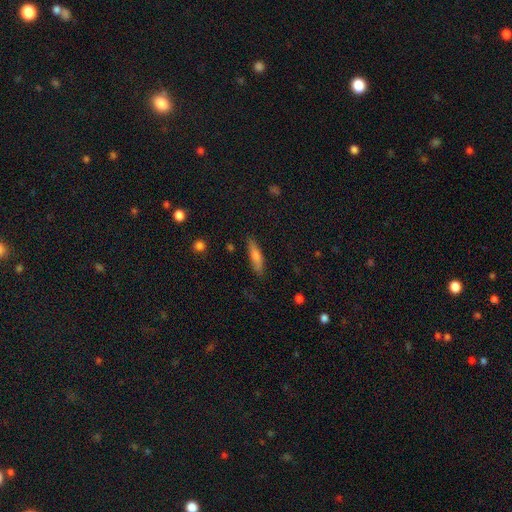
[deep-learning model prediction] A smooth galaxy with no disk features (65%) that is cigar-shaped (74%).

Vote fractions:
- Smooth or featured? smooth: 65% / featured or disk: 27% / star or artifact: 8%
- How rounded? cigar-shaped: 74% / in between: 23% / round: 2%
- Merging? none: 81% / minor disturbance: 14% / major disturbance: 3% / merger: 2%